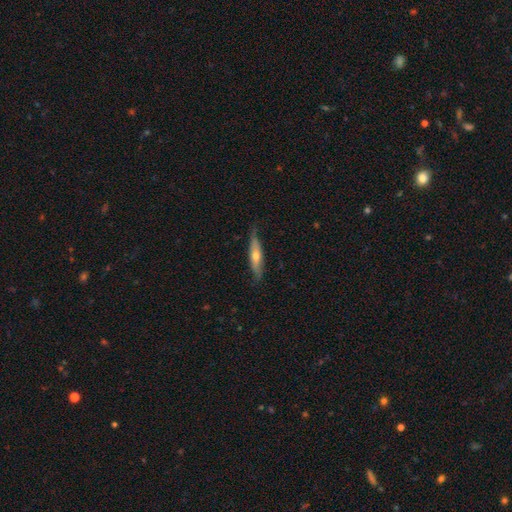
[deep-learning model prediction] A featured or disk galaxy (47%, tied with smooth).

Vote fractions:
- Smooth or featured? featured or disk: 47% (tied) / smooth: 47% (tied) / star or artifact: 6%
- Merging? none: 75% / minor disturbance: 21% / major disturbance: 4% / merger: 1%